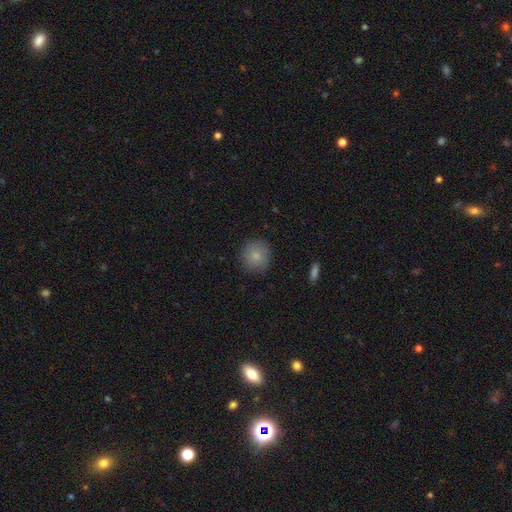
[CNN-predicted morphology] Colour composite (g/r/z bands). It shows a smooth galaxy with no disk features (83%) that is round (92%). Merging: none (87%).